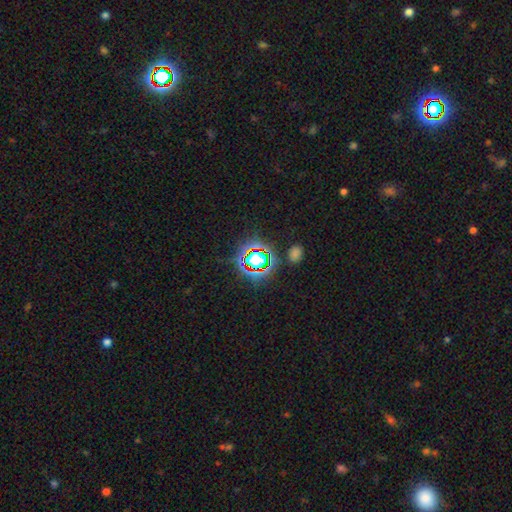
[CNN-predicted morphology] This appears to be a star or artifact, not a galaxy (67%).